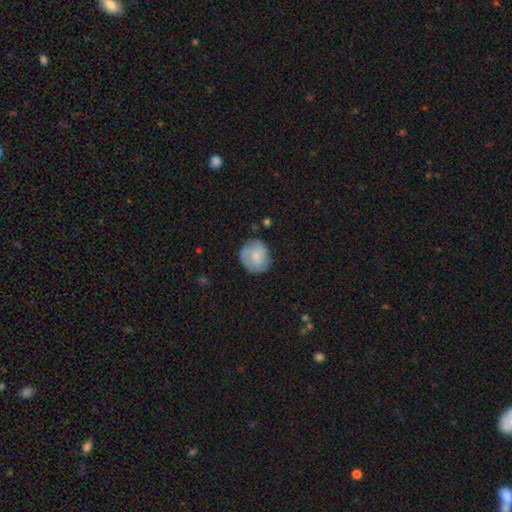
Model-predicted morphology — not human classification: smooth-or-featured: smooth: 64% | featured or disk: 29% | star or artifact: 7%
  how-rounded: round: 87% | in between: 12% | cigar-shaped: 1%
  merging: none: 77% | minor disturbance: 17% | major disturbance: 5% | merger: 2%